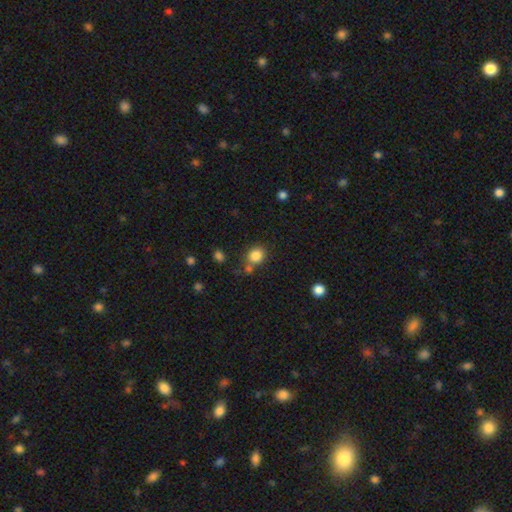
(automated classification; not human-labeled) Q: Smooth or featured?
A: smooth (84%); runner-up: star or artifact (11%)
Q: How rounded?
A: round (78%); runner-up: in between (21%)
Q: Merging?
A: none (70%); runner-up: merger (15%)